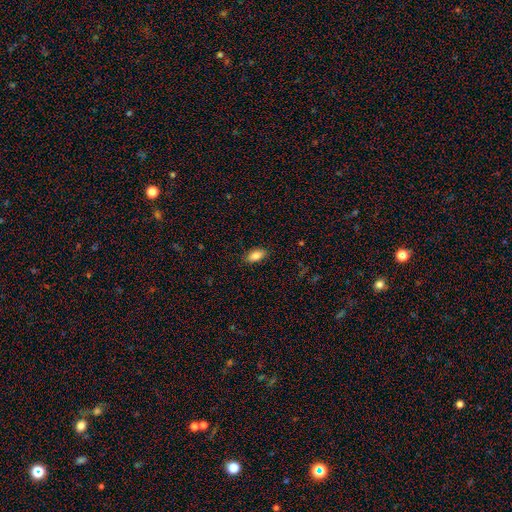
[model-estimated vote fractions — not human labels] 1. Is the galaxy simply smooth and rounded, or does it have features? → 85% smooth, 7% star or artifact, 7% featured or disk.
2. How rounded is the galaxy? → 89% in between, 7% cigar-shaped, 3% round.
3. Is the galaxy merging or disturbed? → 87% none, 9% minor disturbance, 2% major disturbance, 1% merger.